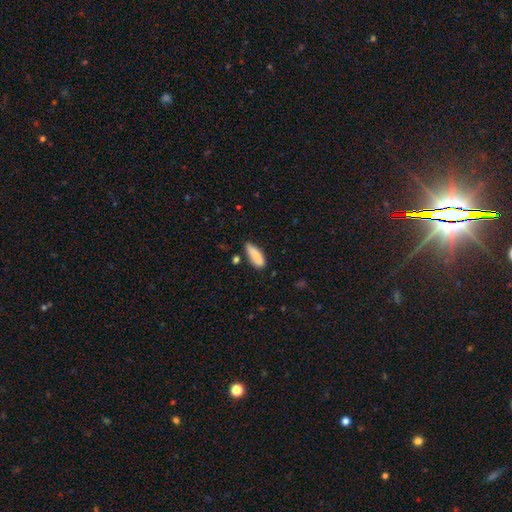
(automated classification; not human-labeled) This is clearly a smooth galaxy (86%). How rounded: likely in between (64%). Merging: likely none (69%).